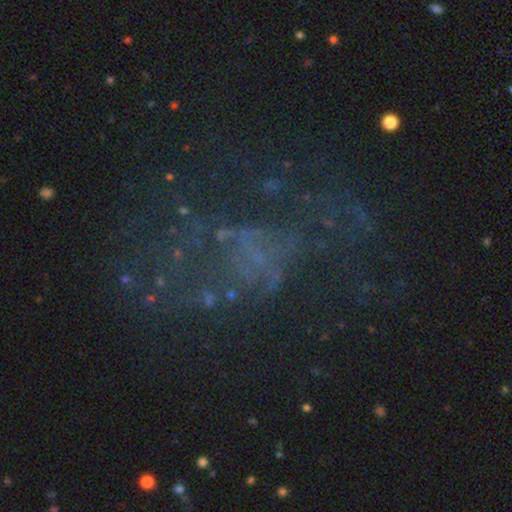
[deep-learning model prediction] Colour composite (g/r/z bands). It shows a featured or disk galaxy (48%). Merging: none (43%).